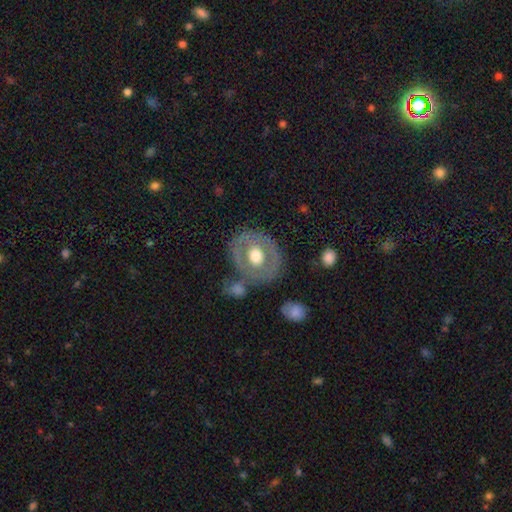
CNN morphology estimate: Smooth or featured? featured or disk (54%)
Edge-on disk? no (95%)
Bar? no (82%)
Spiral arms? no (82%)
Bulge size? moderate (63%)
Merging? none (71%)